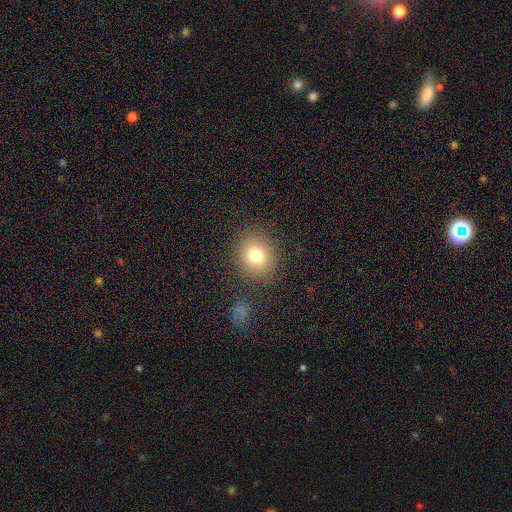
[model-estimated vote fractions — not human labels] This appears to be a smooth galaxy with no disk features (78%) that is round (77%). Merging: none (84%).